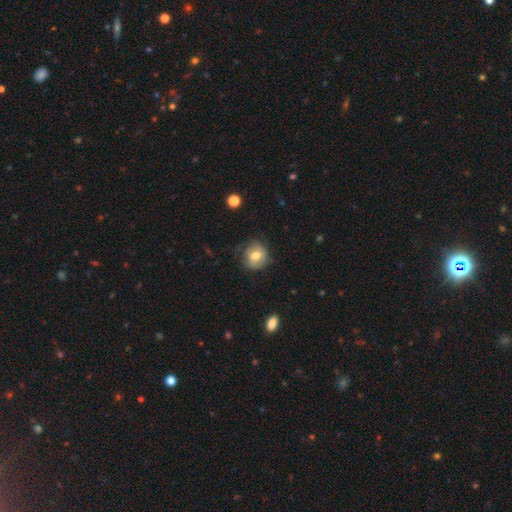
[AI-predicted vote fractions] This appears to be a smooth galaxy with no disk features (69%) that is round (82%). Merging: none (70%).